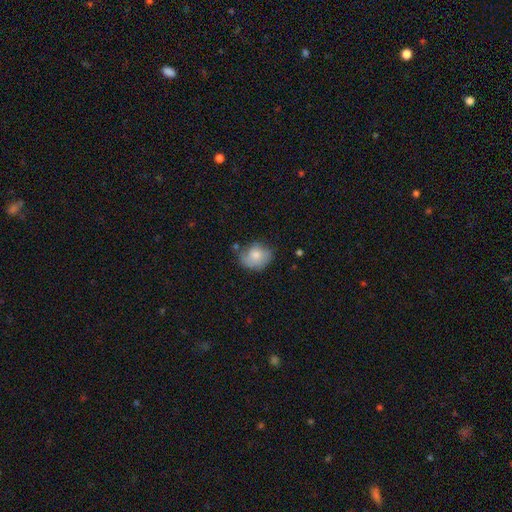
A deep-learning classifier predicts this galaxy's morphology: The model was most divided on "how rounded": round: 53%, in between: 46%, cigar-shaped: 1%. More confident: smooth or featured — smooth (74%); merging — none (52%).